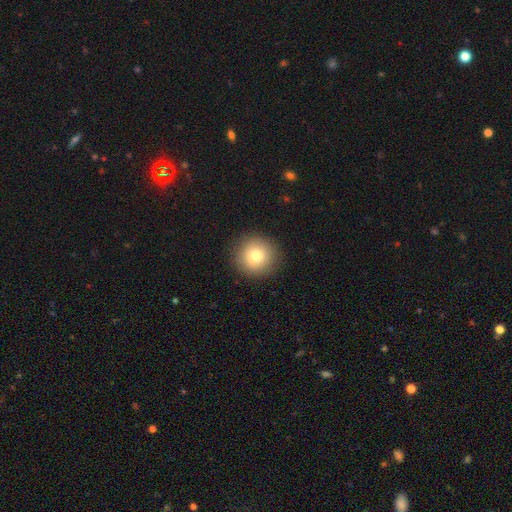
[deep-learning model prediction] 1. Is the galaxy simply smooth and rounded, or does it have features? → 77% smooth, 12% featured or disk, 11% star or artifact.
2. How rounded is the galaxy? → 94% round, 5% in between, 1% cigar-shaped.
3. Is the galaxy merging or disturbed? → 90% none, 6% minor disturbance, 2% major disturbance, 1% merger.